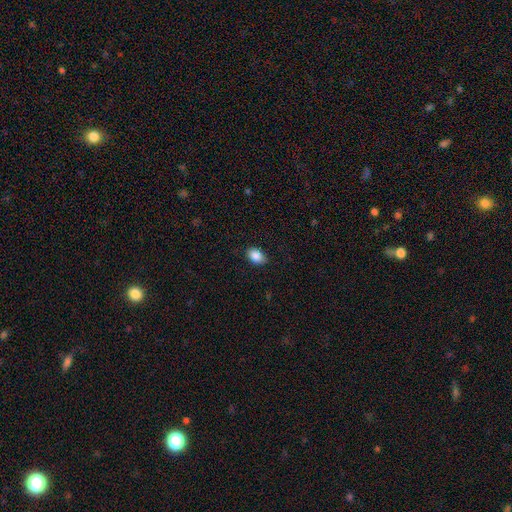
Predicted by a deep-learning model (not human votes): A smooth galaxy with no disk features (88%) that is in between round and cigar-shaped (84%).

Vote fractions:
- Smooth or featured? smooth: 88% / star or artifact: 8% / featured or disk: 4%
- How rounded? in between: 84% / round: 15% / cigar-shaped: 1%
- Merging? none: 86% / minor disturbance: 11% / major disturbance: 2% / merger: 1%